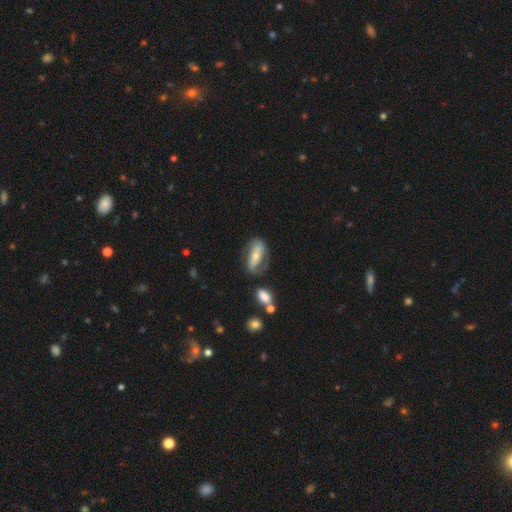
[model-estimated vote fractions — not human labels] Smooth or featured?
  - featured or disk: 55% *
  - smooth: 38%
  - star or artifact: 7%
Edge-on disk?
  - no: 84% *
  - yes: 16%
Merging?
  - none: 63% *
  - minor disturbance: 21%
  - major disturbance: 12%
  - merger: 5%